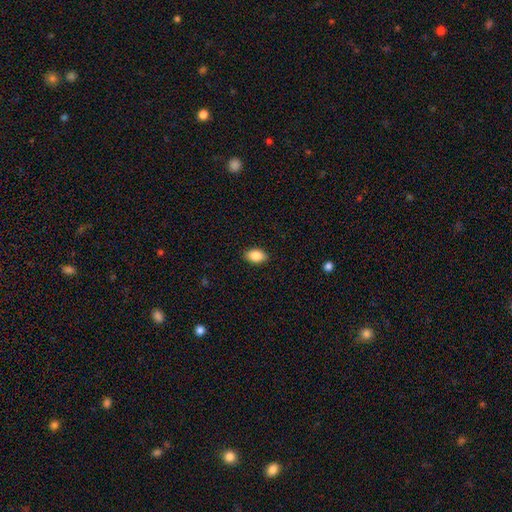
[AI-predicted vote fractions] Smooth or featured: smooth — 87% (star or artifact — 8%)
How rounded: in between — 88% (round — 10%)
Merging: none — 89% (minor disturbance — 8%)